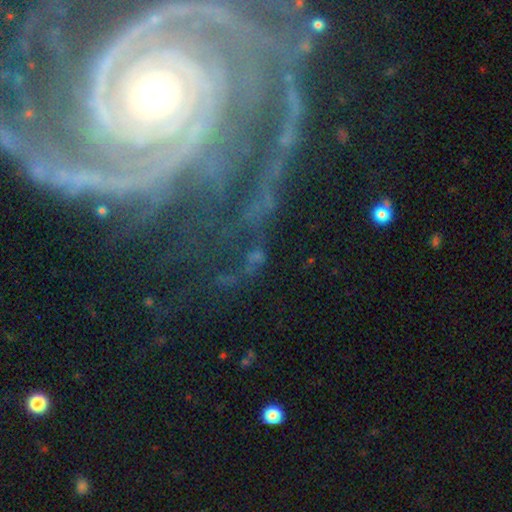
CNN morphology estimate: Smooth or featured?
  - star or artifact: 53% *
  - featured or disk: 27%
  - smooth: 21%